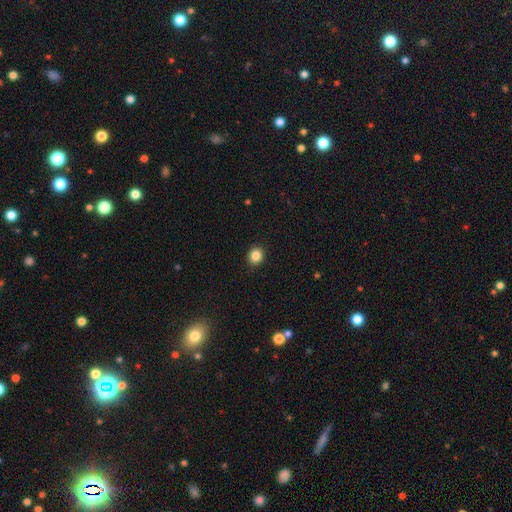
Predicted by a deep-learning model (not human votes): Smooth or featured? Predicted: smooth (p=0.86). How rounded? Predicted: round (p=0.78). Merging? Predicted: none (p=0.92).